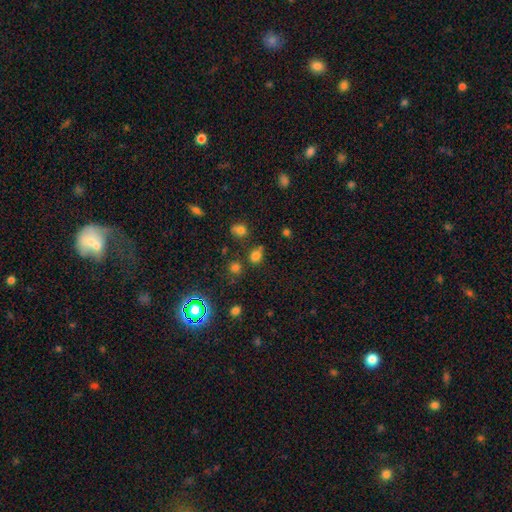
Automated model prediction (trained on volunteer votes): Smooth or featured?
  - smooth: 72% *
  - star or artifact: 23%
  - featured or disk: 6%
How rounded?
  - round: 62% *
  - in between: 37%
  - cigar-shaped: 1%
Merging?
  - none: 69% *
  - minor disturbance: 14%
  - merger: 11%
  - major disturbance: 5%